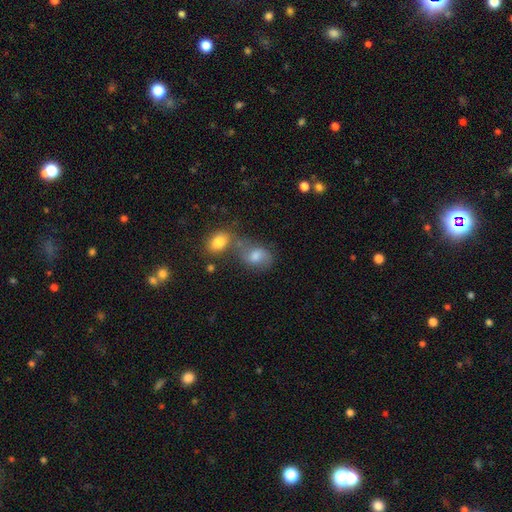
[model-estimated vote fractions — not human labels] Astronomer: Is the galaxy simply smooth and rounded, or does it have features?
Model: smooth — 65%.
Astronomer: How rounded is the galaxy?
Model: in between — 73%.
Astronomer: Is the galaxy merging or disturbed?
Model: merger — 37% (runner-up: none, 36%).